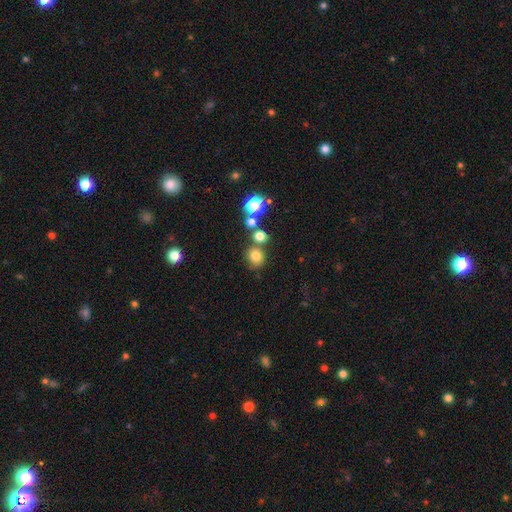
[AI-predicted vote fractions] This is likely a smooth galaxy (77%). How rounded: clearly round (86%). Merging: likely none (67%).